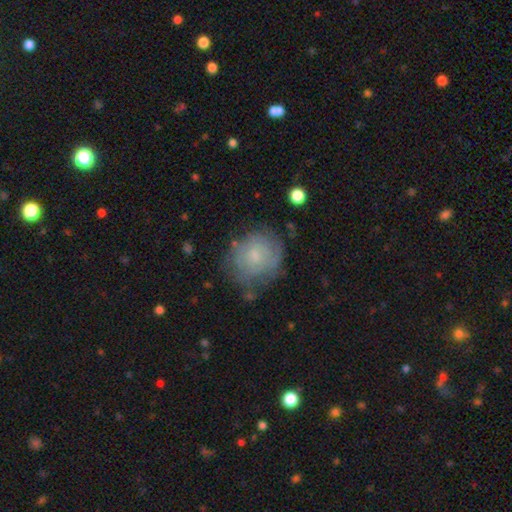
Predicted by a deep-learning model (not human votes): Morphology: type=featured or disk (51%); edge-on=no (97%); merging=none (64%).